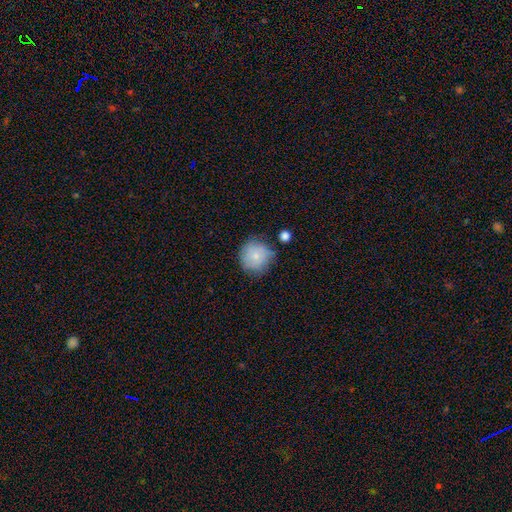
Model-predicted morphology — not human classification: A smooth galaxy with no disk features (76%) that is round (93%).

Vote fractions:
- Smooth or featured? smooth: 76% / featured or disk: 16% / star or artifact: 8%
- How rounded? round: 93% / in between: 6% / cigar-shaped: 1%
- Merging? none: 70% / minor disturbance: 21% / major disturbance: 5% / merger: 4%